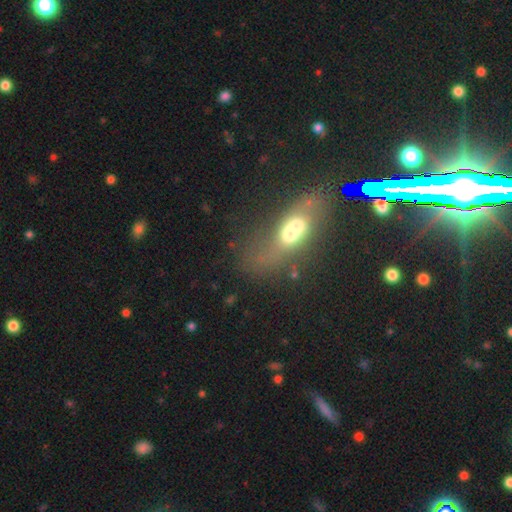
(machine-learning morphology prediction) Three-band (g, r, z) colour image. It shows a featured or disk galaxy (39%). Merging: none (49%).